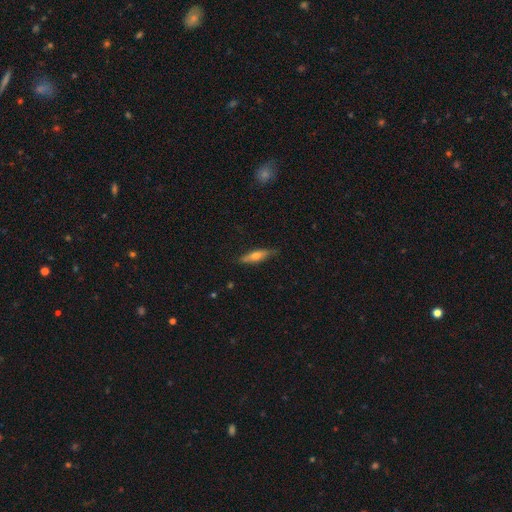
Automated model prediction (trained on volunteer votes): The model was most divided on "smooth or featured": smooth: 51%, featured or disk: 43%, star or artifact: 6%. More confident: merging — none (80%); how rounded — cigar-shaped (67%).